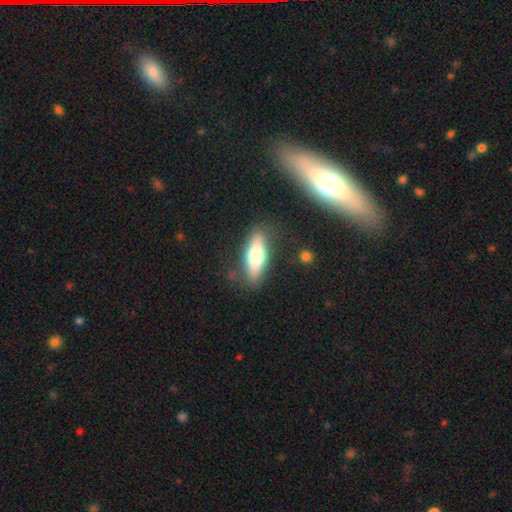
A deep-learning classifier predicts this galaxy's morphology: smooth 63%, featured or disk 30%, star or artifact 6%. Down the decision tree: how rounded — in between (56%); merging — none (81%).